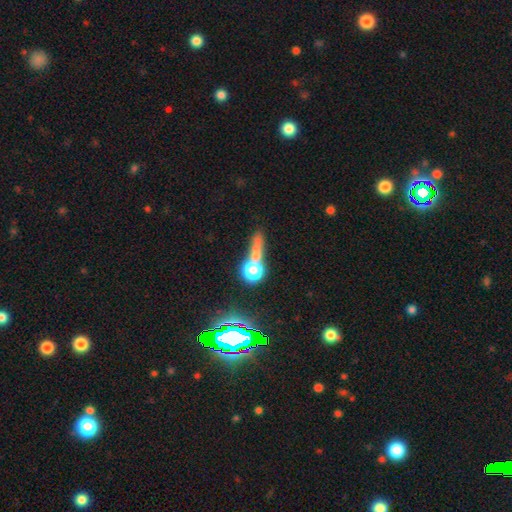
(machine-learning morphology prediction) Smooth or featured: smooth — 54% (star or artifact — 26%)
How rounded: round — 51% (cigar-shaped — 28%)
Merging: none — 41% (merger — 37%)